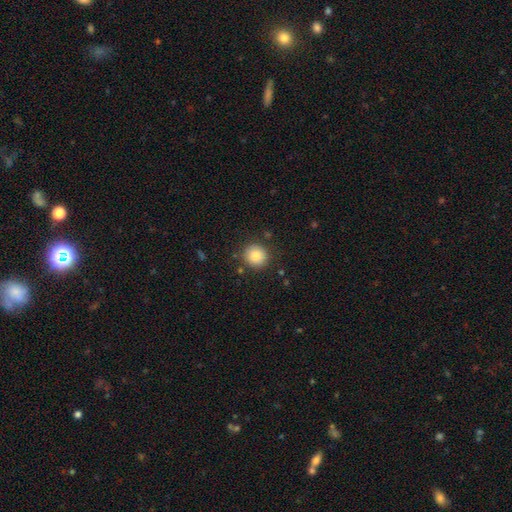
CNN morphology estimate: smooth 82%, star or artifact 9%, featured or disk 8%. Down the decision tree: how rounded — round (92%); merging — none (88%).